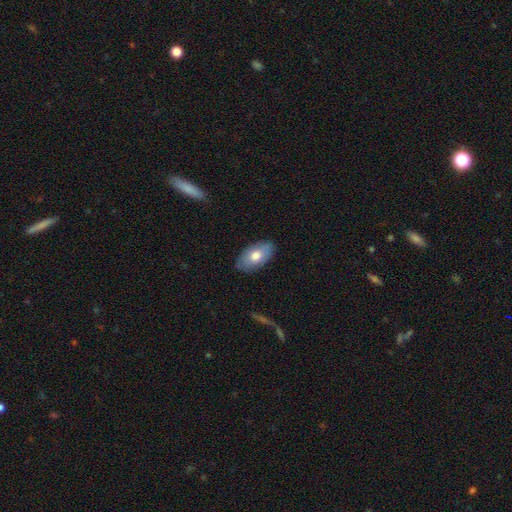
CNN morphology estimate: smooth_or_featured: smooth (p=0.71) [alt: featured or disk p=0.22]
how_rounded: in between (p=0.94) [alt: round p=0.04]
merging: none (p=0.84) [alt: minor disturbance p=0.13]